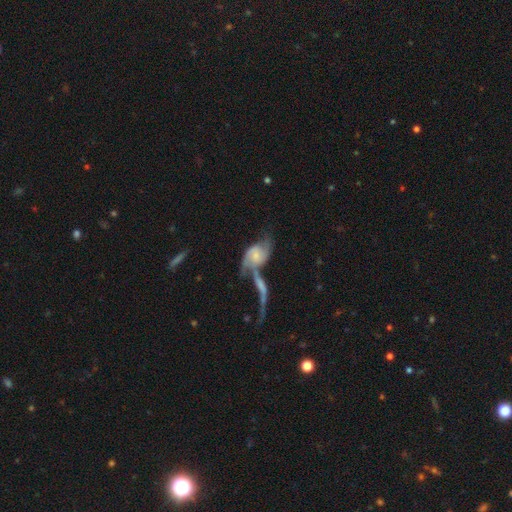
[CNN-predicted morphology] This is likely a featured or disk galaxy (73%). It is clearly not viewed edge-on (95%). Bar: possibly no (60%). Spiral arm pattern: clearly yes (89%). Spiral arm count: clearly 2 (81%). Spiral winding: possibly loose (59%). Central bulge: marginally small (44%). Merging: likely merger (66%).